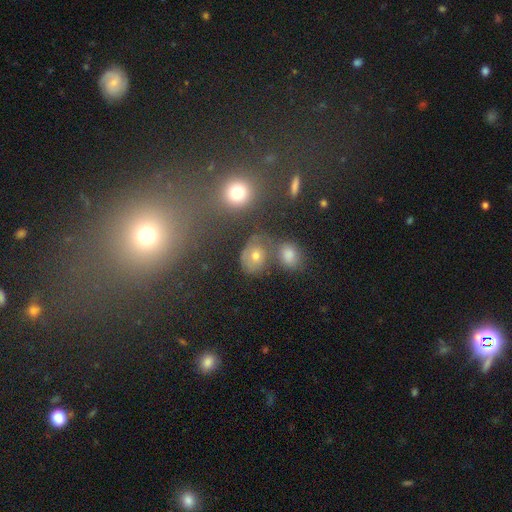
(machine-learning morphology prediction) Overall: smooth (55%; featured or disk 26%). How rounded: in between (51%; round 48%). Merging: none (62%).